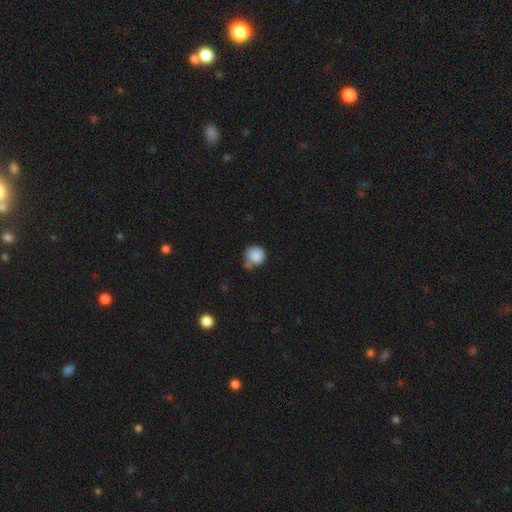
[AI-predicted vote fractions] Morphology: type=smooth (85%); roundness=round (88%); merging=none (45%).